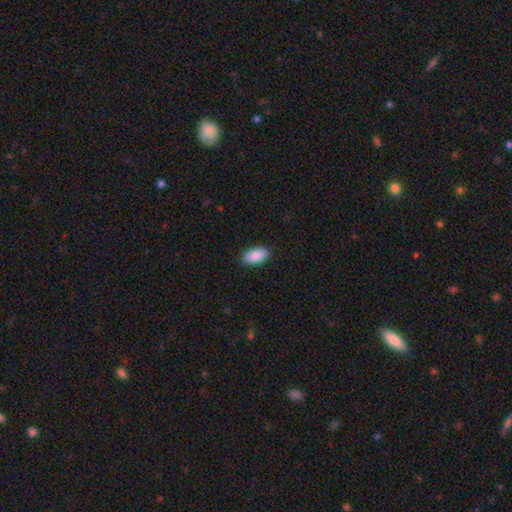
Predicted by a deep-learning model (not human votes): The model was most divided on "merging": none: 88%, minor disturbance: 9%, major disturbance: 2%, merger: 1%. More confident: how rounded — in between (94%); smooth or featured — smooth (88%).